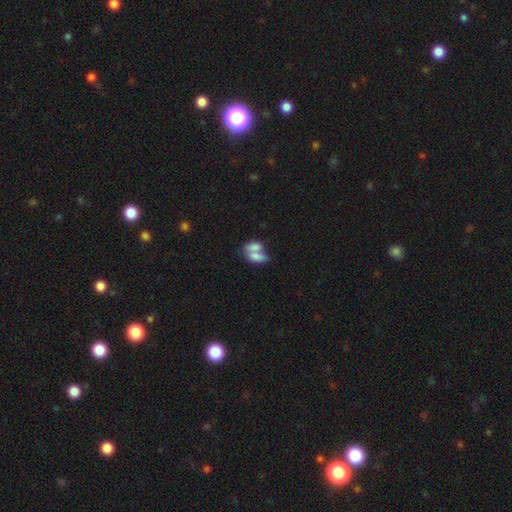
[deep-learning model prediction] Morphology: type=smooth (72%); roundness=in between (85%); merging=merger (71%).